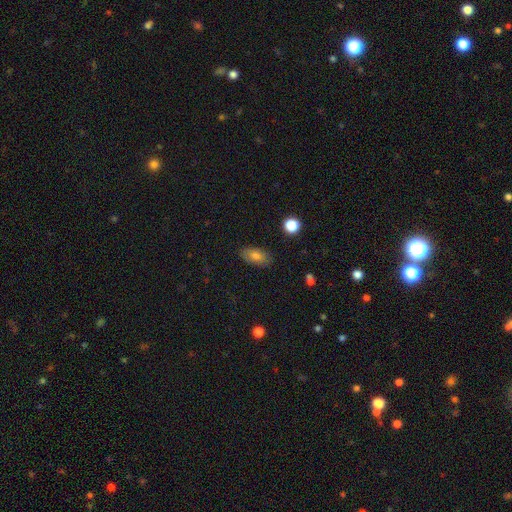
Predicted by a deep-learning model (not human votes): The model was most divided on "smooth or featured": smooth: 79%, featured or disk: 13%, star or artifact: 9%. More confident: how rounded — in between (91%); merging — none (85%).